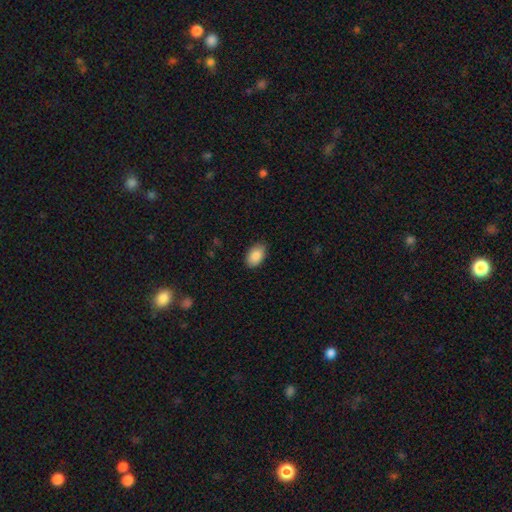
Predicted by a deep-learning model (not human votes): A smooth galaxy with no disk features (89%) that is in between round and cigar-shaped (92%). Merging: none (86%).